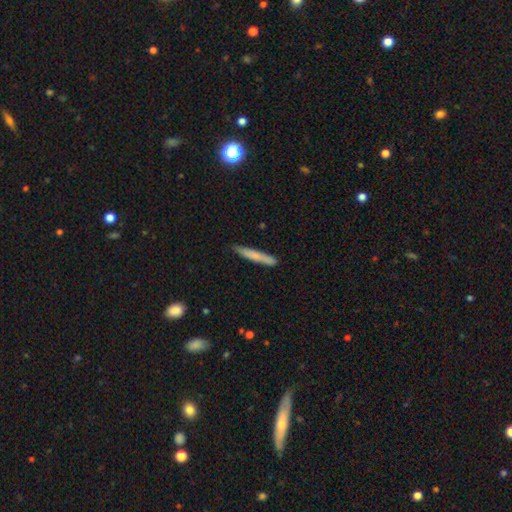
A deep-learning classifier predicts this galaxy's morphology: Q: Smooth or featured?
A: smooth (72%); runner-up: featured or disk (22%)
Q: How rounded?
A: cigar-shaped (95%); runner-up: in between (4%)
Q: Merging?
A: none (84%); runner-up: minor disturbance (13%)